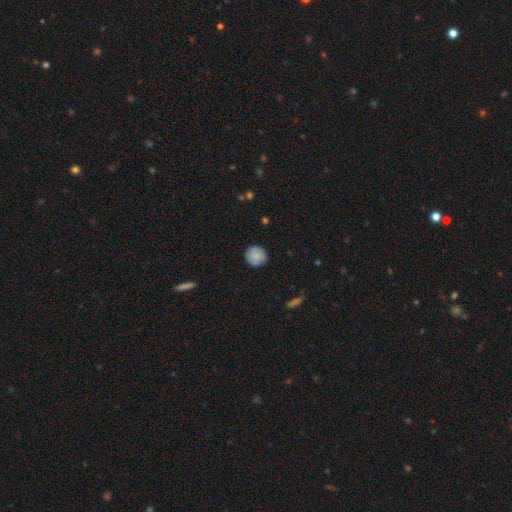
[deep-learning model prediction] smooth 81%, featured or disk 12%, star or artifact 7%. Down the decision tree: how rounded — round (92%); merging — none (85%).